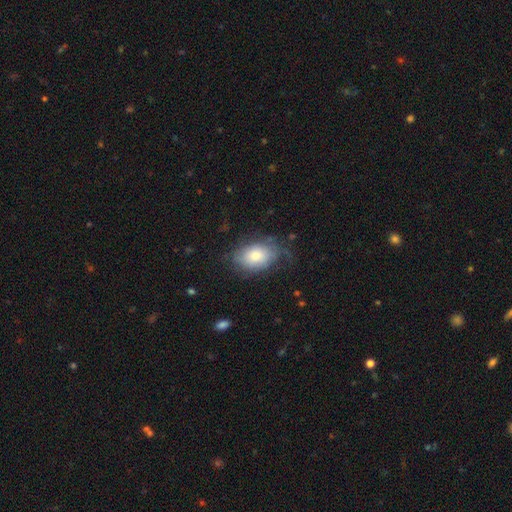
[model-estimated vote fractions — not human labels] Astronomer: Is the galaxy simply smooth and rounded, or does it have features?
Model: smooth — 68%.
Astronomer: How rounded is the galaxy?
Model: in between — 84%.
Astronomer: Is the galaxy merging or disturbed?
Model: none — 55%.